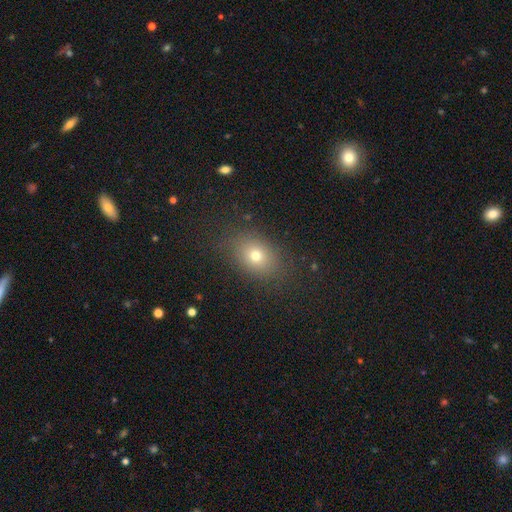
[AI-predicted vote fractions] This is likely a smooth galaxy (72%). How rounded: likely in between (64%). Merging: clearly none (83%).